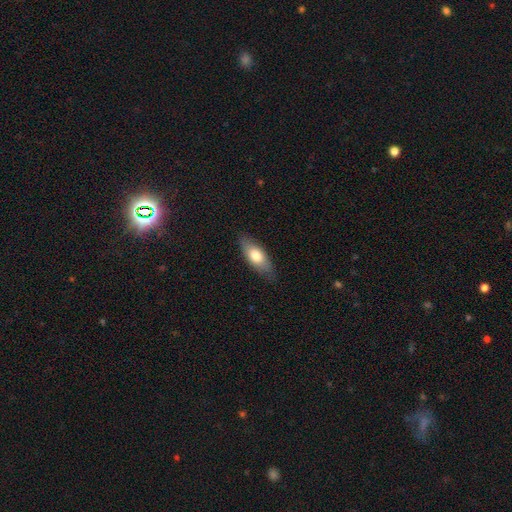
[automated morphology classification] Smooth or featured: smooth — 72% (featured or disk — 22%)
How rounded: in between — 82% (cigar-shaped — 15%)
Merging: none — 81% (minor disturbance — 15%)